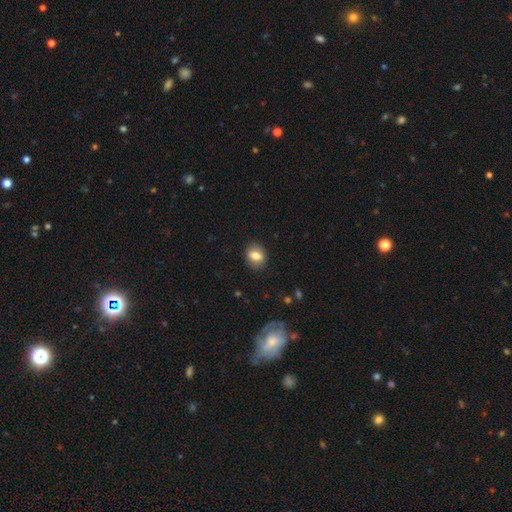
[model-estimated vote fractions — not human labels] A smooth galaxy with no disk features (75%) that is in between round and cigar-shaped (52%).

Vote fractions:
- Smooth or featured? smooth: 75% / featured or disk: 17% / star or artifact: 9%
- How rounded? in between: 52% / round: 46% / cigar-shaped: 1%
- Merging? none: 86% / minor disturbance: 10% / major disturbance: 3% / merger: 1%